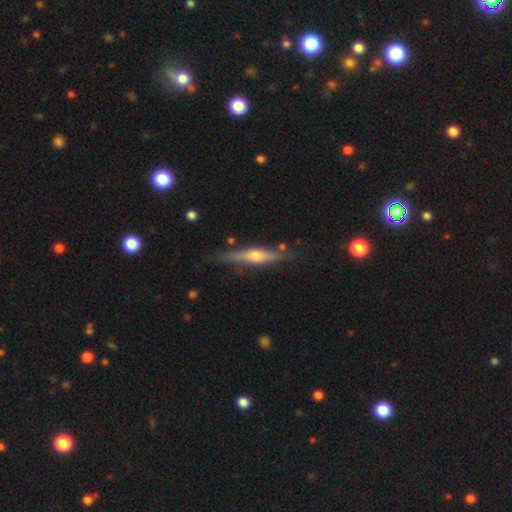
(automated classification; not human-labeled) The model was most divided on "smooth or featured": featured or disk: 66%, smooth: 28%, star or artifact: 6%. More confident: edge-on disk — yes (96%); edge-on bulge — rounded (91%); merging — none (81%).